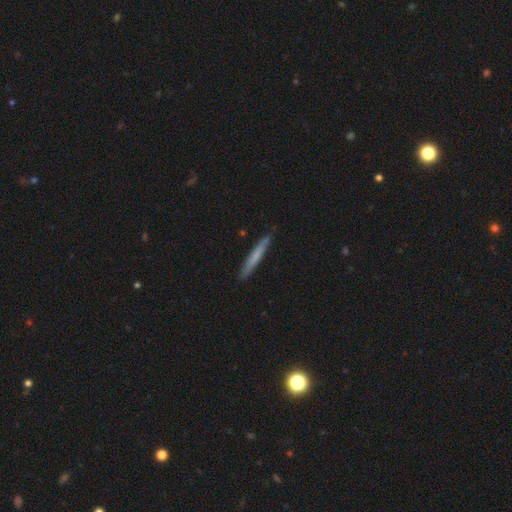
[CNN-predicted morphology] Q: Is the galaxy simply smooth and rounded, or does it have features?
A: smooth — 64%.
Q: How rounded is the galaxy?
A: cigar-shaped — 96%.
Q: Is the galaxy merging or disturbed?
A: none — 86%.